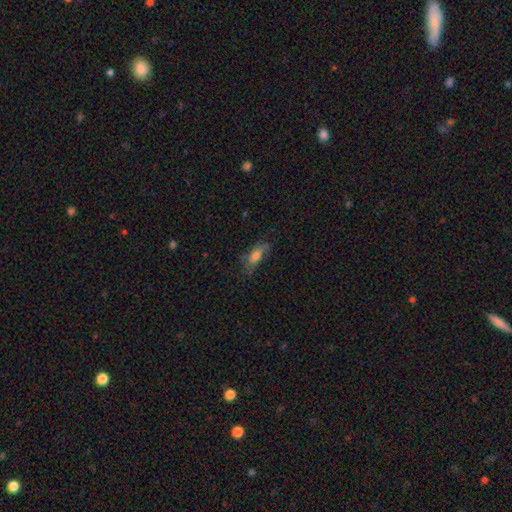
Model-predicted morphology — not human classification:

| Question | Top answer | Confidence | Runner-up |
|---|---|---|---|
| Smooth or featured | smooth | 62% | featured or disk (28%) |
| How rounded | in between | 70% | cigar-shaped (26%) |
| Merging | none | 57% | minor disturbance (27%) |